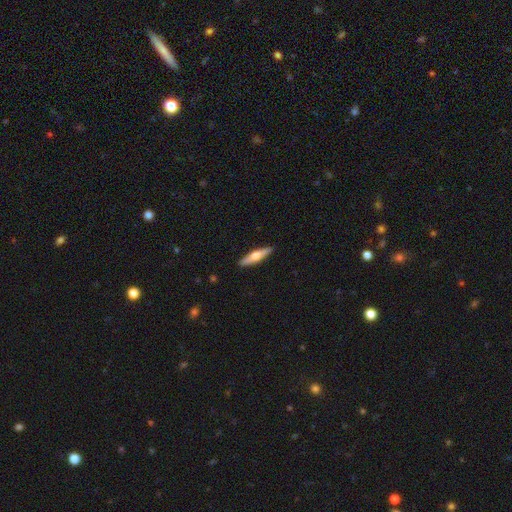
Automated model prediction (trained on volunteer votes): Q: Smooth or featured?
A: featured or disk (48%); runner-up: smooth (47%)
Q: Merging?
A: none (91%); runner-up: minor disturbance (7%)